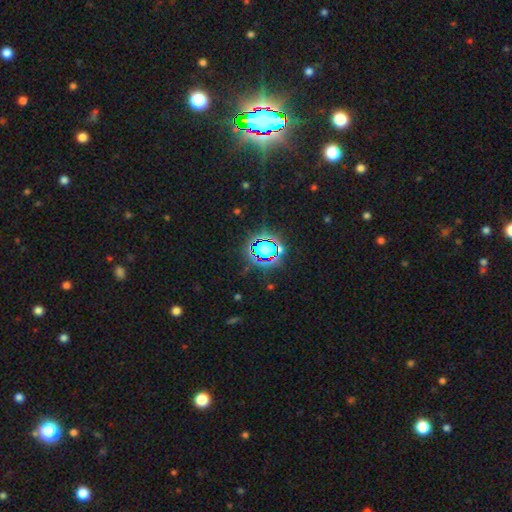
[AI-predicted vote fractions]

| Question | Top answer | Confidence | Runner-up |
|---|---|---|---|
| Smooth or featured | star or artifact | 81% | smooth (11%) |